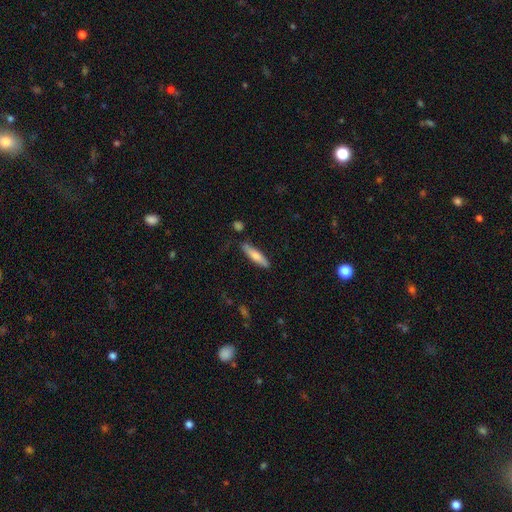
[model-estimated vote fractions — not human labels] smooth 70%, featured or disk 24%, star or artifact 6%. Down the decision tree: how rounded — cigar-shaped (77%); merging — none (81%).